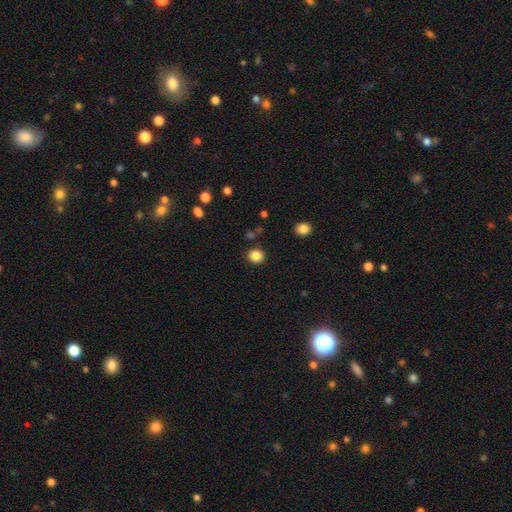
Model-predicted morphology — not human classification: This is clearly a smooth galaxy (86%). How rounded: clearly round (86%). Merging: clearly none (88%).